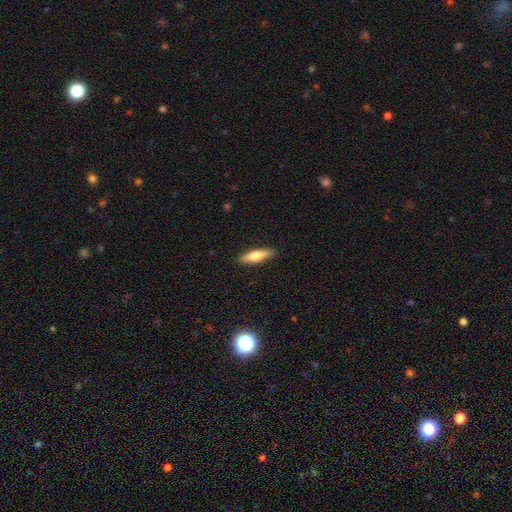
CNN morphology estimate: This appears to be a smooth galaxy with no disk features (61%) that is cigar-shaped (65%). Merging: none (90%).